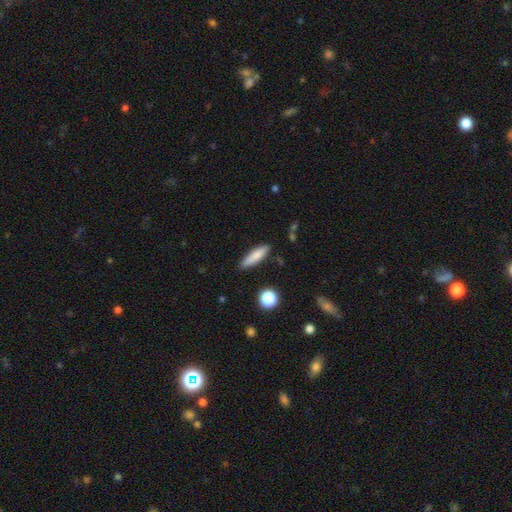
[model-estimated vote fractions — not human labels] smooth-or-featured: smooth: 80% | featured or disk: 13% | star or artifact: 7%
  how-rounded: cigar-shaped: 70% | in between: 28% | round: 2%
  merging: none: 84% | minor disturbance: 11% | major disturbance: 2% | merger: 2%